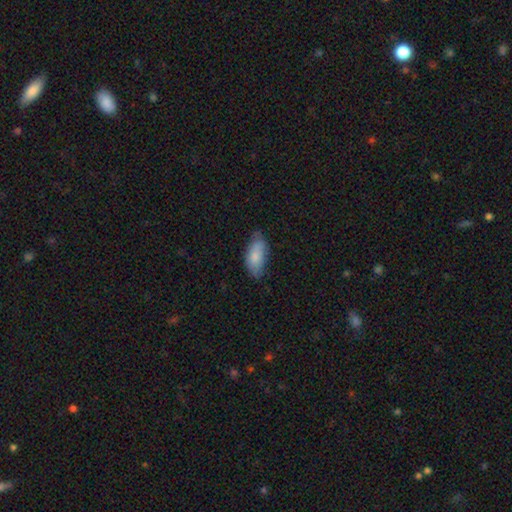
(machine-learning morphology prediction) This is clearly a smooth galaxy (82%). How rounded: clearly in between (88%). Merging: likely none (65%).